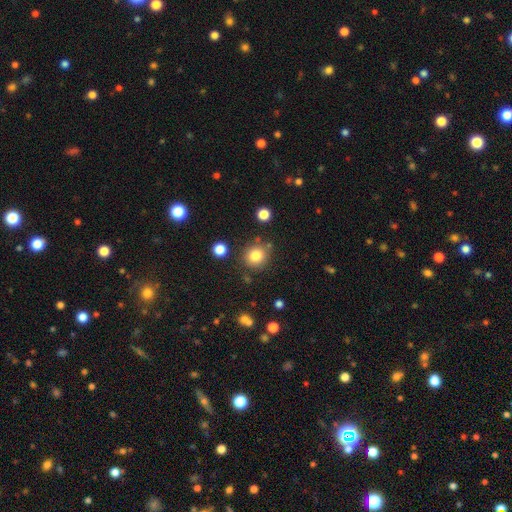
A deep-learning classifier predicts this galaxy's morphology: A smooth galaxy with no disk features (81%) that is round (87%).

Vote fractions:
- Smooth or featured? smooth: 81% / star or artifact: 12% / featured or disk: 7%
- How rounded? round: 87% / in between: 12% / cigar-shaped: 1%
- Merging? none: 81% / minor disturbance: 10% / merger: 6% / major disturbance: 3%